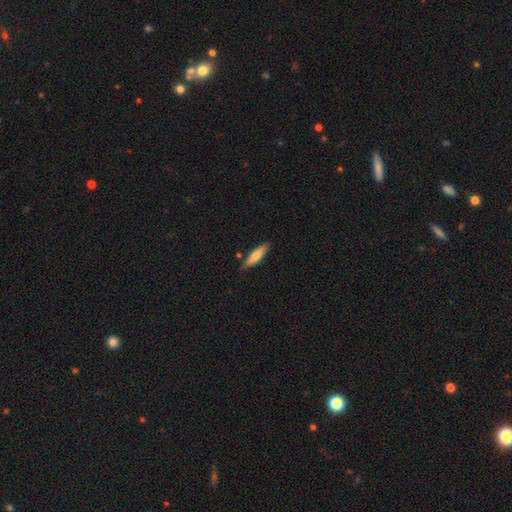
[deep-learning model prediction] The model was most divided on "smooth or featured": smooth: 68%, featured or disk: 26%, star or artifact: 6%. More confident: merging — none (82%); how rounded — cigar-shaped (72%).